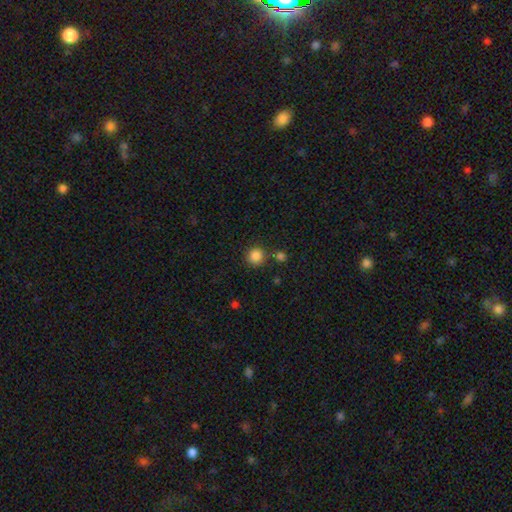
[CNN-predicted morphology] The model was most divided on "merging": none: 79%, merger: 9%, minor disturbance: 9%, major disturbance: 3%. More confident: how rounded — round (93%); smooth or featured — smooth (86%).